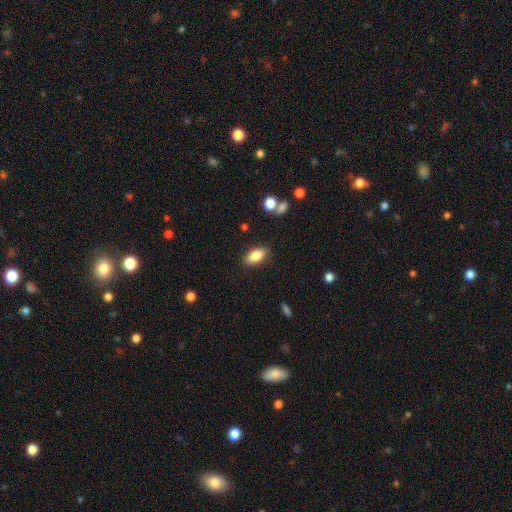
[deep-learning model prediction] smooth 85%, featured or disk 8%, star or artifact 7%. Down the decision tree: how rounded — in between (88%); merging — none (86%).